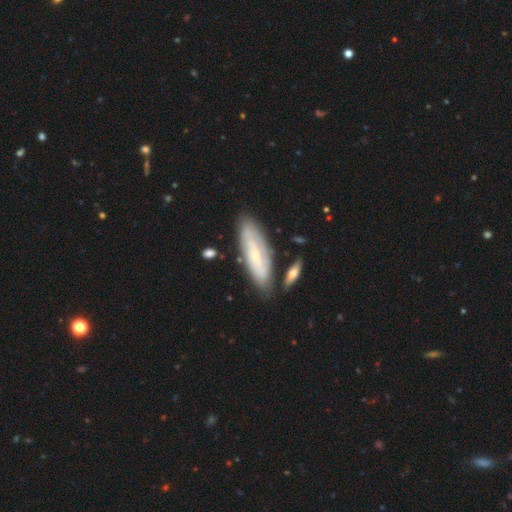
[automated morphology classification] Overall: featured or disk (50%; smooth 43%). Merging: none (74%).